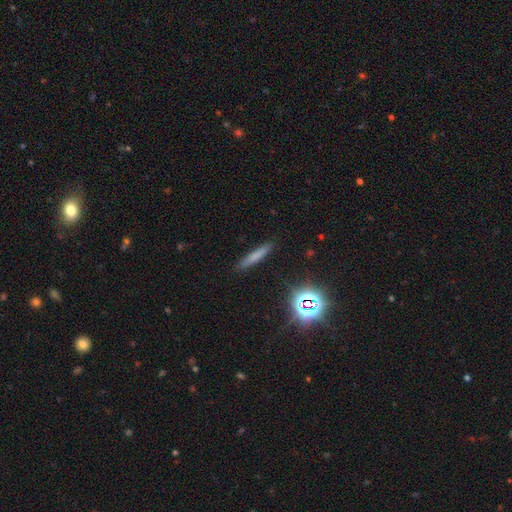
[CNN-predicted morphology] Smooth or featured: smooth — 64% (featured or disk — 20%)
How rounded: cigar-shaped — 91% (in between — 6%)
Merging: none — 88% (minor disturbance — 8%)